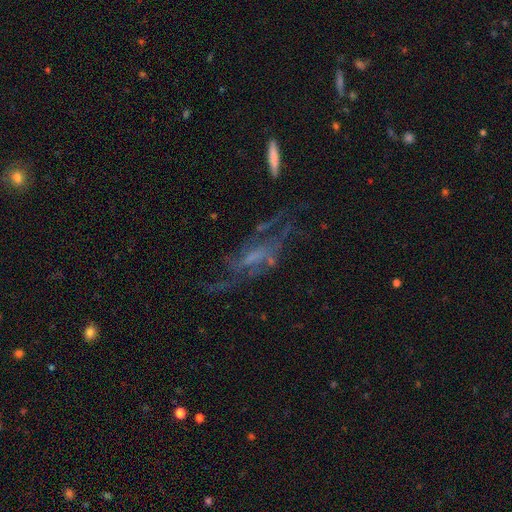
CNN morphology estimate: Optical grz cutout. It shows a featured or disk galaxy (72%) with no bar (47%), spiral arms (76%) and no central bulge (41%). Merging: none (44%).